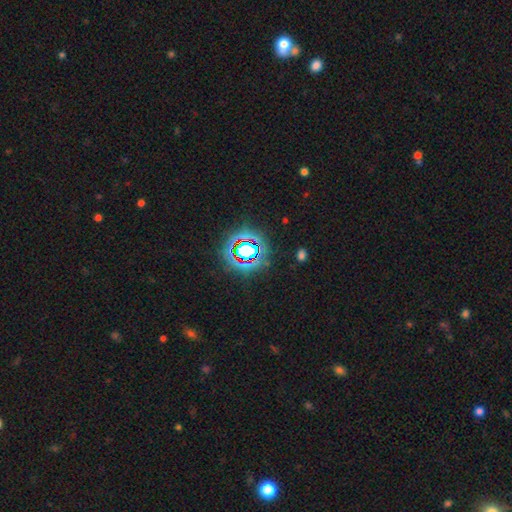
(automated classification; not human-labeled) This is likely a star or artifact rather than a galaxy (79%).